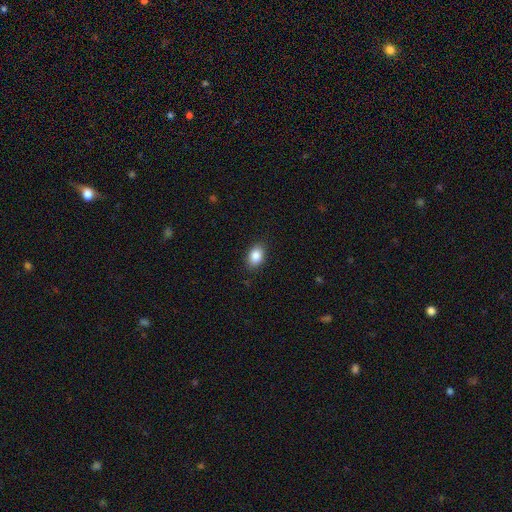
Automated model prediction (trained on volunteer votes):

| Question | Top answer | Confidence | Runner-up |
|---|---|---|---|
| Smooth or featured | smooth | 87% | star or artifact (8%) |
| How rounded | in between | 84% | round (14%) |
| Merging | none | 87% | minor disturbance (9%) |